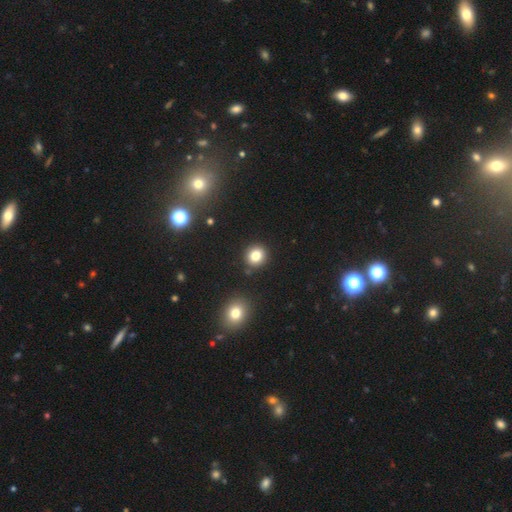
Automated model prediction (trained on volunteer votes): Smooth or featured? Predicted: smooth (p=0.80). How rounded? Predicted: round (p=0.88). Merging? Predicted: none (p=0.88).